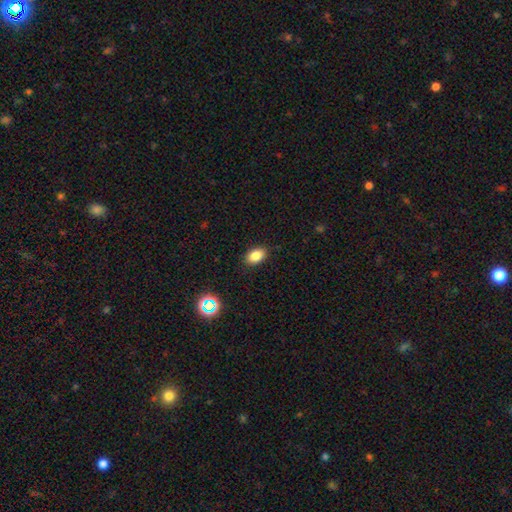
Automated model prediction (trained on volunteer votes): The model was most divided on "smooth or featured": smooth: 85%, star or artifact: 10%, featured or disk: 5%. More confident: merging — none (87%); how rounded — in between (87%).